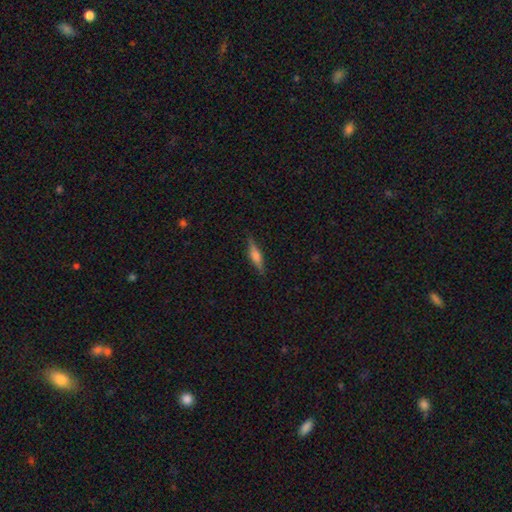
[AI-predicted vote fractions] Overall: featured or disk (55%; smooth 38%). Edge-on disk: yes (96%). Edge-on bulge: rounded (81%). Merging: none (87%).